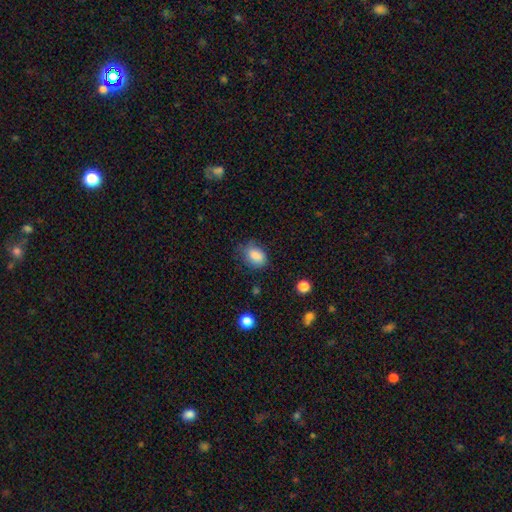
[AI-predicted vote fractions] Smooth or featured? smooth (85%)
How rounded? in between (75%)
Merging? none (62%)